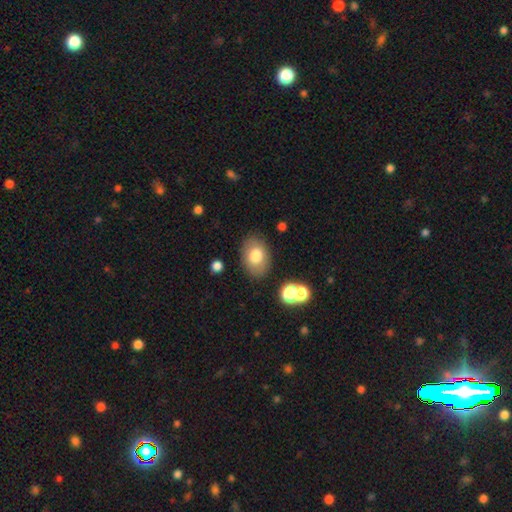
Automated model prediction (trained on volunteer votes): smooth_or_featured: smooth (p=0.76) [alt: featured or disk p=0.15]
how_rounded: in between (p=0.79) [alt: round p=0.20]
merging: none (p=0.83) [alt: minor disturbance p=0.11]